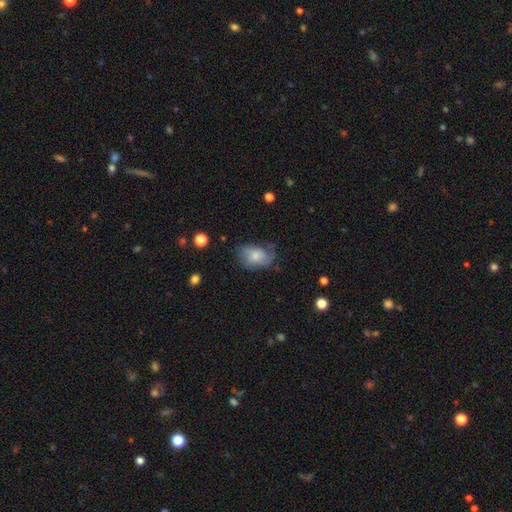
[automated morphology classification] smooth 64%, featured or disk 28%, star or artifact 8%. Down the decision tree: how rounded — in between (84%); merging — none (49%).